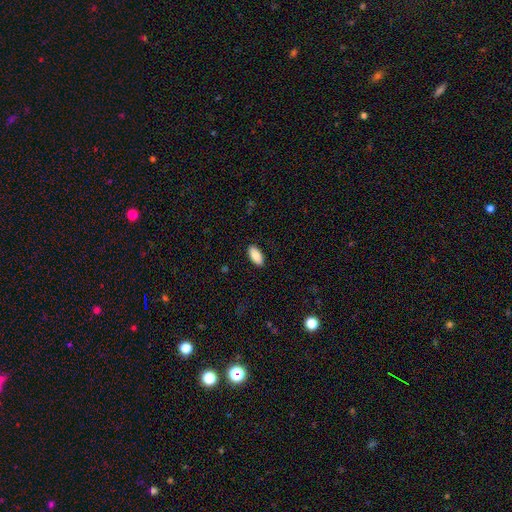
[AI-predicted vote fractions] Q: Smooth or featured?
A: smooth (90%); runner-up: star or artifact (6%)
Q: How rounded?
A: in between (92%); runner-up: cigar-shaped (6%)
Q: Merging?
A: none (89%); runner-up: minor disturbance (8%)